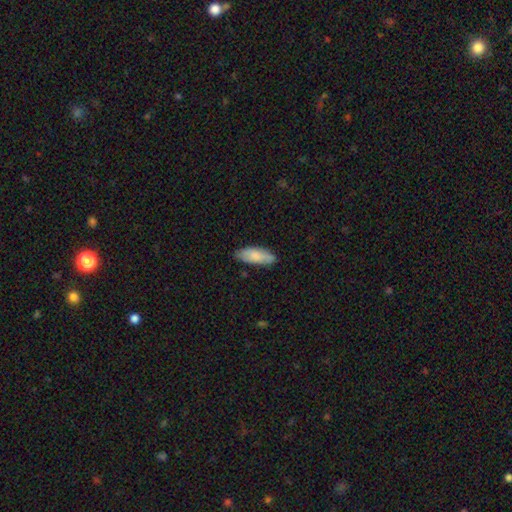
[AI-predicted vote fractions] smooth_or_featured: smooth (p=0.83) [alt: featured or disk p=0.12]
how_rounded: in between (p=0.74) [alt: cigar-shaped p=0.25]
merging: none (p=0.79) [alt: minor disturbance p=0.17]